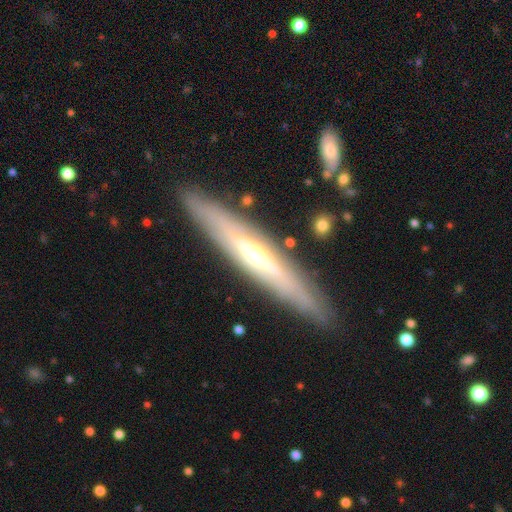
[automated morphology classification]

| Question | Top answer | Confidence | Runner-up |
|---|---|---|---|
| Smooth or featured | featured or disk | 75% | smooth (20%) |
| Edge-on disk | yes | 82% | no (18%) |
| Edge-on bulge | rounded | 72% | none (24%) |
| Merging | none | 87% | minor disturbance (9%) |